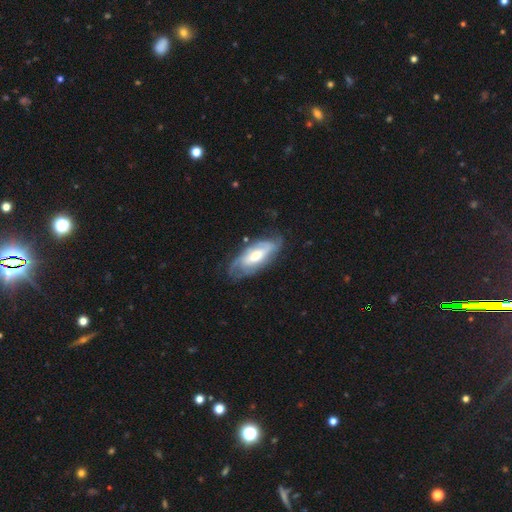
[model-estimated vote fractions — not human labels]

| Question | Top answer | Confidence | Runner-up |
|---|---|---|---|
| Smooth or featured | featured or disk | 68% | smooth (27%) |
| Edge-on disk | no | 86% | yes (14%) |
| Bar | no | 52% | weak (34%) |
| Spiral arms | yes | 83% | no (17%) |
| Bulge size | moderate | 60% | small (20%) |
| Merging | none | 61% | minor disturbance (26%) |